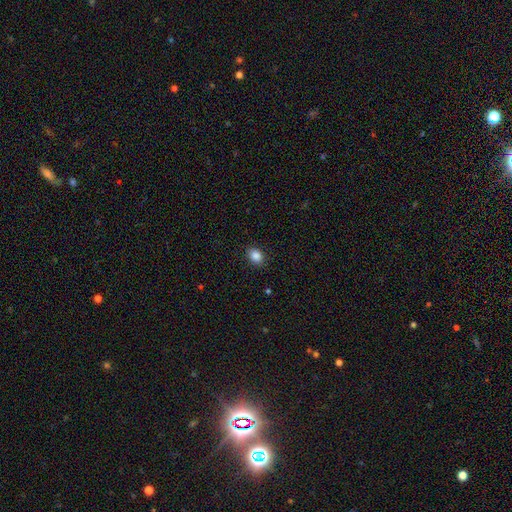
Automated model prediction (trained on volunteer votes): Q: Smooth or featured?
A: smooth (87%); runner-up: star or artifact (9%)
Q: How rounded?
A: in between (66%); runner-up: round (33%)
Q: Merging?
A: none (89%); runner-up: minor disturbance (8%)